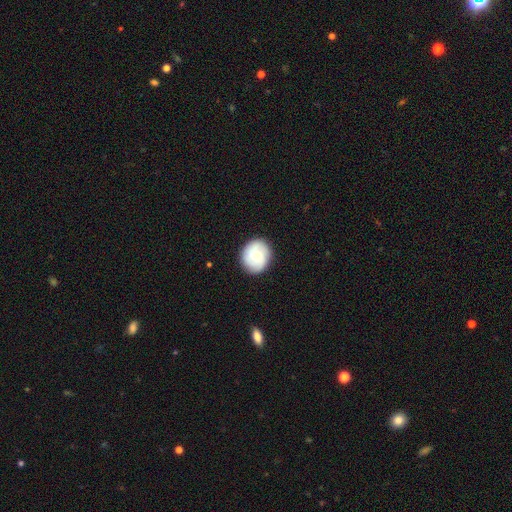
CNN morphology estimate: This is possibly a smooth galaxy (55%). How rounded: likely round (74%). Merging: clearly none (86%).